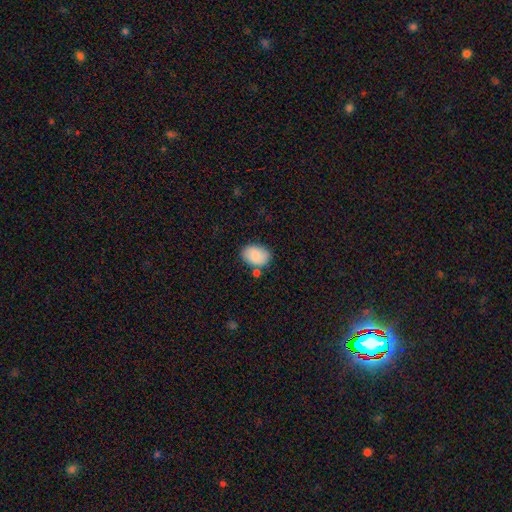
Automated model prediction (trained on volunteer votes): smooth_or_featured: smooth (p=0.84) [alt: featured or disk p=0.10]
how_rounded: in between (p=0.76) [alt: round p=0.23]
merging: none (p=0.69) [alt: minor disturbance p=0.17]